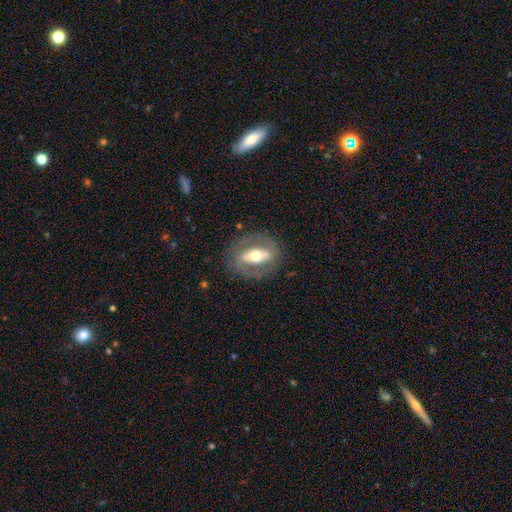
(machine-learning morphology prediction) This appears to be a featured or disk galaxy (63%) with a strong bar (49%), no spiral arms (71%) and a moderate central bulge (67%). Merging: none (79%).